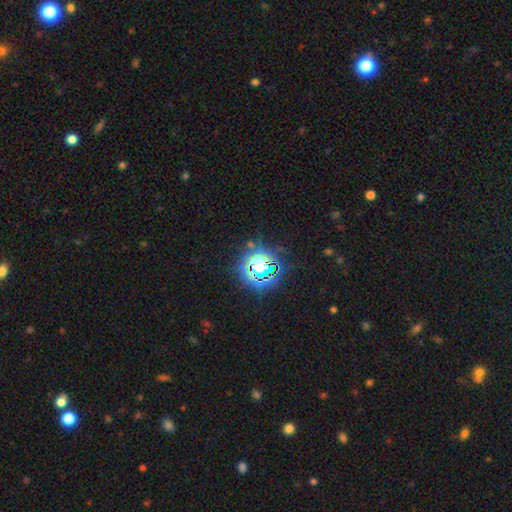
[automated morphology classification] Smooth or featured? Predicted: star or artifact (p=0.79).